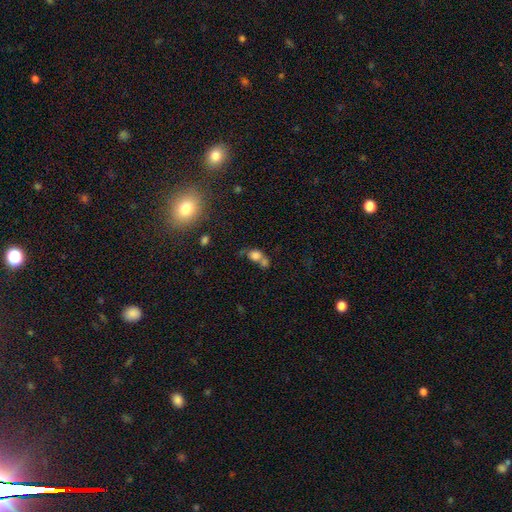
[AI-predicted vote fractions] A smooth galaxy with no disk features (73%) that is round (53%). Merging: merger (56%).